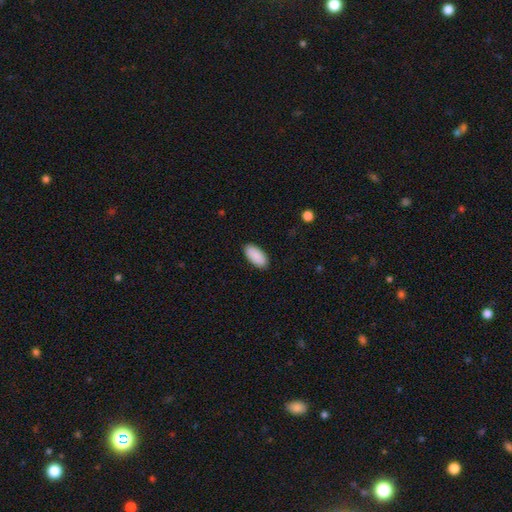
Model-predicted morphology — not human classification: Smooth or featured?
  - smooth: 91% *
  - star or artifact: 6%
  - featured or disk: 3%
How rounded?
  - in between: 93% *
  - cigar-shaped: 6%
  - round: 2%
Merging?
  - none: 89% *
  - minor disturbance: 8%
  - major disturbance: 2%
  - merger: 1%